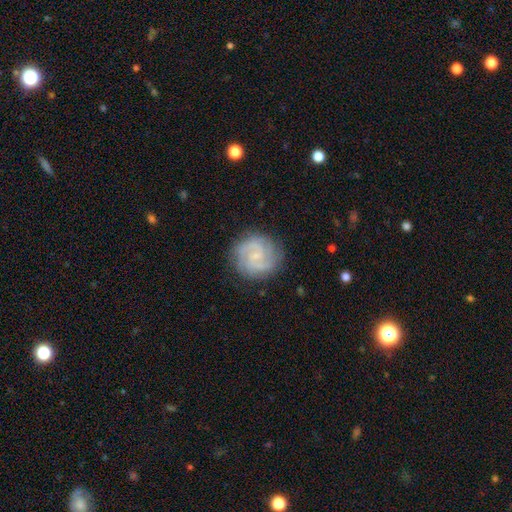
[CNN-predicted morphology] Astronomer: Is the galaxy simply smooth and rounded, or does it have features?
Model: featured or disk — 85%.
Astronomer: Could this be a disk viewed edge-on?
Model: no — 98%.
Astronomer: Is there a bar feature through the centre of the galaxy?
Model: no — 54% (runner-up: weak, 39%).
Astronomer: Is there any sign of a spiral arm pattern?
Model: yes — 97%.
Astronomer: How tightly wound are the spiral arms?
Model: tight — 62%.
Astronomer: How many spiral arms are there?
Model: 2 — 43% (runner-up: 3, 26%).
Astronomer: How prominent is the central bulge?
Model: small — 75%.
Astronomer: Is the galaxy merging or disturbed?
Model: none — 83%.